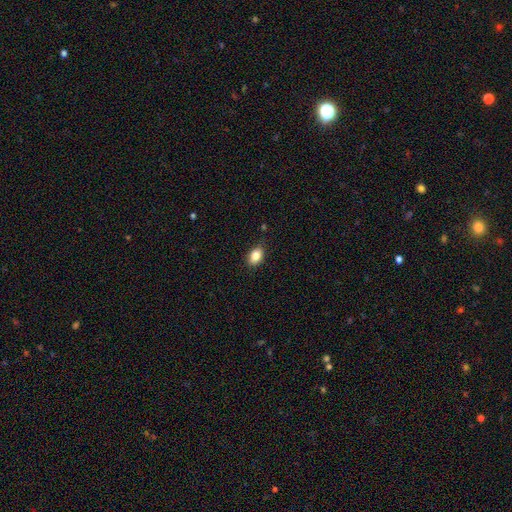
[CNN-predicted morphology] Smooth or featured?
  - smooth: 84% *
  - star or artifact: 9%
  - featured or disk: 7%
How rounded?
  - in between: 81% *
  - round: 17%
  - cigar-shaped: 2%
Merging?
  - none: 83% *
  - minor disturbance: 13%
  - major disturbance: 2%
  - merger: 1%